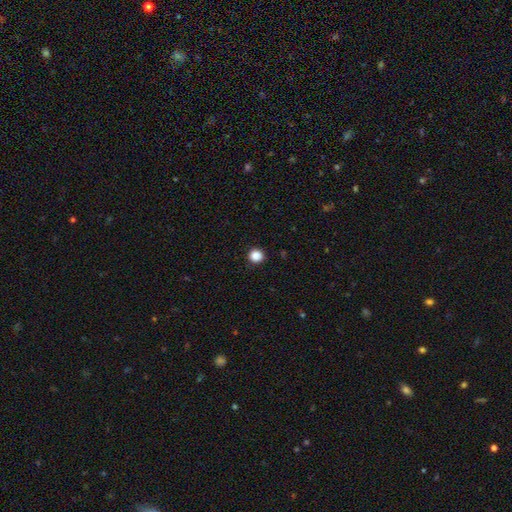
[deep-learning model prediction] A smooth galaxy with no disk features (87%) that is round (92%).

Vote fractions:
- Smooth or featured? smooth: 87% / star or artifact: 11% / featured or disk: 3%
- How rounded? round: 92% / in between: 7% / cigar-shaped: 1%
- Merging? none: 91% / minor disturbance: 6% / major disturbance: 2% / merger: 1%